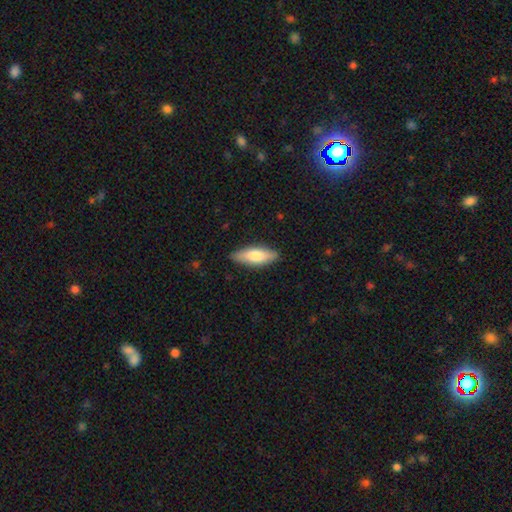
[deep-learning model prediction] This appears to be a smooth galaxy with no disk features (74%) that is in between round and cigar-shaped (60%). Merging: none (86%).